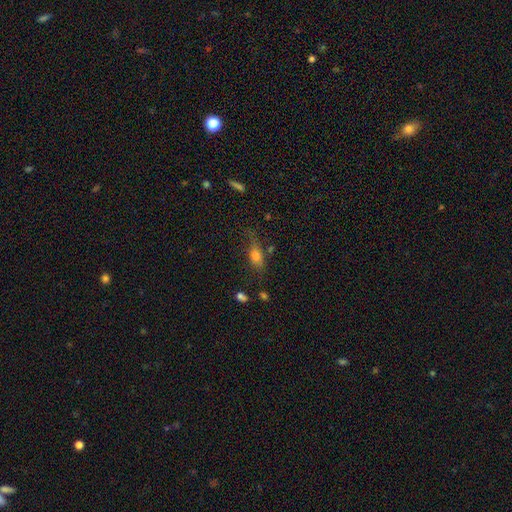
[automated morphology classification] Q: Smooth or featured?
A: smooth (72%); runner-up: featured or disk (17%)
Q: How rounded?
A: in between (74%); runner-up: cigar-shaped (14%)
Q: Merging?
A: none (55%); runner-up: minor disturbance (26%)